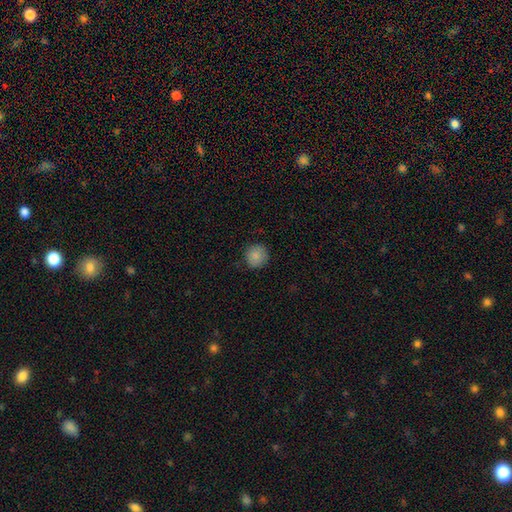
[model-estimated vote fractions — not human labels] smooth-or-featured: smooth: 87% | star or artifact: 9% | featured or disk: 4%
  how-rounded: round: 92% | in between: 7% | cigar-shaped: 1%
  merging: none: 86% | minor disturbance: 11% | major disturbance: 2% | merger: 1%